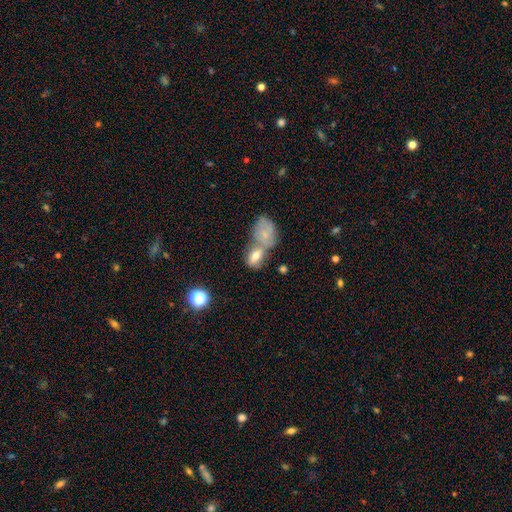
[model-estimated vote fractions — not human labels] This is likely a smooth galaxy (67%). How rounded: likely in between (80%). Merging: possibly merger (57%).